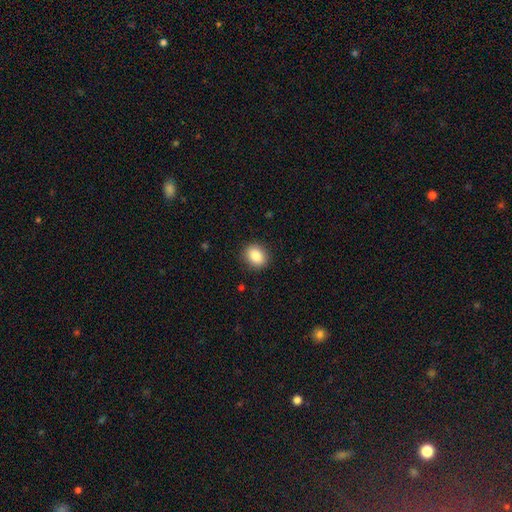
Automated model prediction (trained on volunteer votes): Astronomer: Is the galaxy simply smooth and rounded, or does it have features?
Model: smooth — 87%.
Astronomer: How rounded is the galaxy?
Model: round — 52% (runner-up: in between, 47%).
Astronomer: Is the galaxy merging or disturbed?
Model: none — 89%.